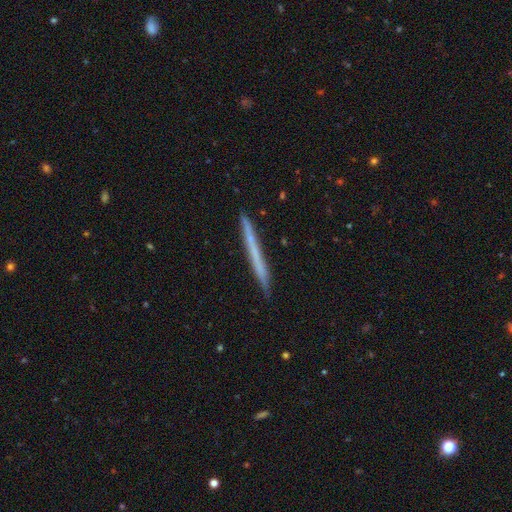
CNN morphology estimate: smooth-or-featured: smooth: 52% | featured or disk: 42% | star or artifact: 6%
  how-rounded: cigar-shaped: 97% | in between: 1% | round: 1%
  merging: none: 91% | minor disturbance: 7% | major disturbance: 1% | merger: 1%